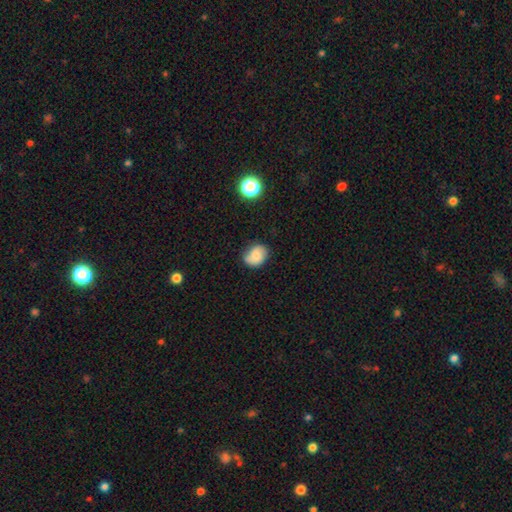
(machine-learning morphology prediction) Smooth or featured? smooth (65%)
How rounded? round (51%)
Merging? none (68%)